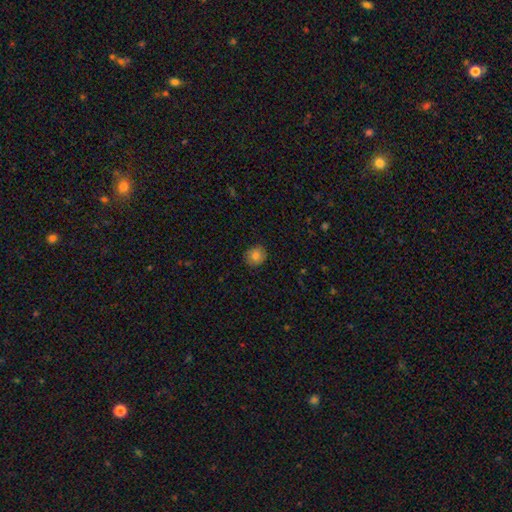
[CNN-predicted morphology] smooth 80%, featured or disk 12%, star or artifact 9%. Down the decision tree: how rounded — round (82%); merging — none (86%).